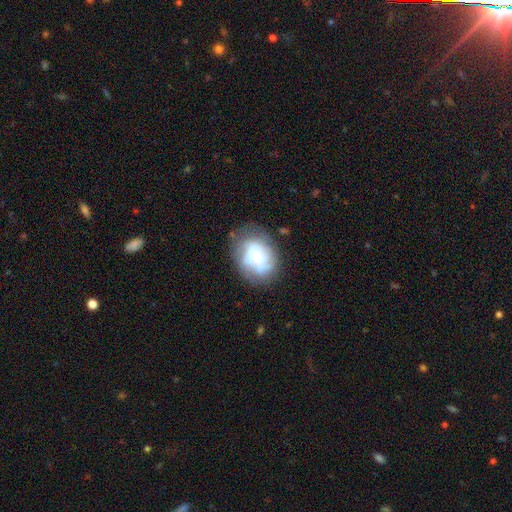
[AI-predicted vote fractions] featured or disk 52%, smooth 38%, star or artifact 10%. Down the decision tree: edge-on disk — no (97%); bar — no (74%); spiral arms — yes (70%); bulge size — small (44%); merging — none (62%).